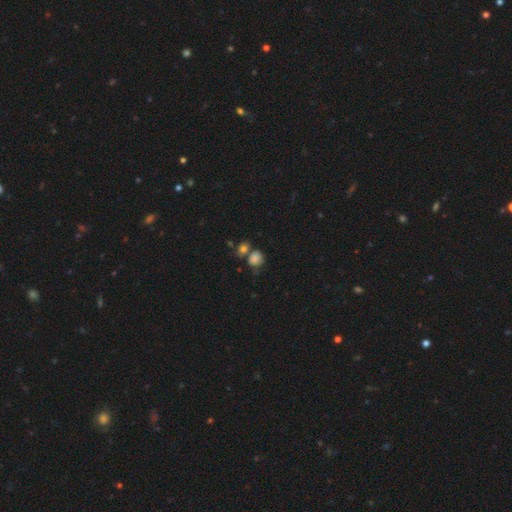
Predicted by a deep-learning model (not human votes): A smooth galaxy with no disk features (57%) that is round (75%).

Vote fractions:
- Smooth or featured? smooth: 57% / star or artifact: 30% / featured or disk: 13%
- How rounded? round: 75% / in between: 23% / cigar-shaped: 2%
- Merging? none: 57% / merger: 25% / minor disturbance: 12% / major disturbance: 6%